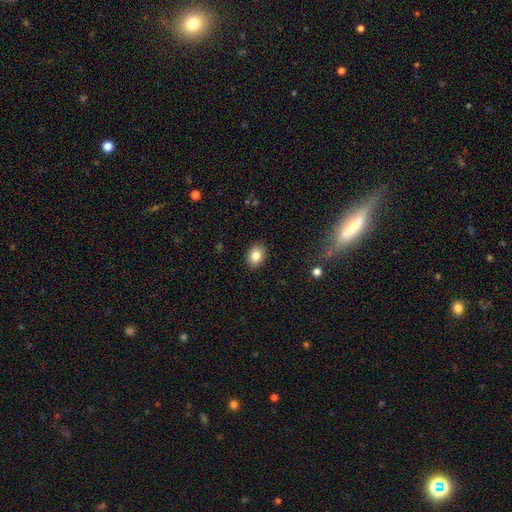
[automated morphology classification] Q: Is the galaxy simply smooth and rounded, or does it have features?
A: smooth — 82%.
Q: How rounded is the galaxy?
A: in between — 70%.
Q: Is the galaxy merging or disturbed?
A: none — 89%.